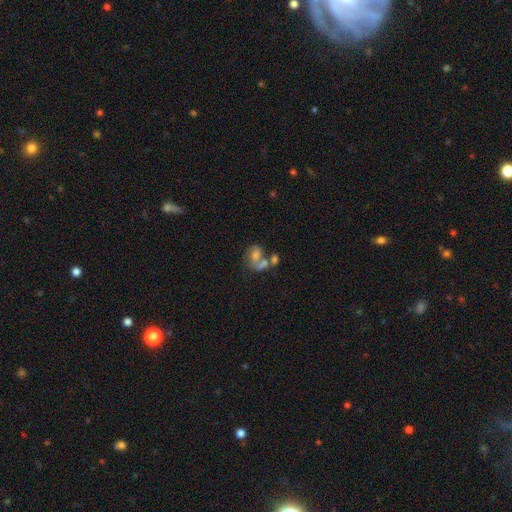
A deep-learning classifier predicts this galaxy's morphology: Smooth or featured? Predicted: featured or disk (p=0.45). Merging? Predicted: merger (p=0.45).